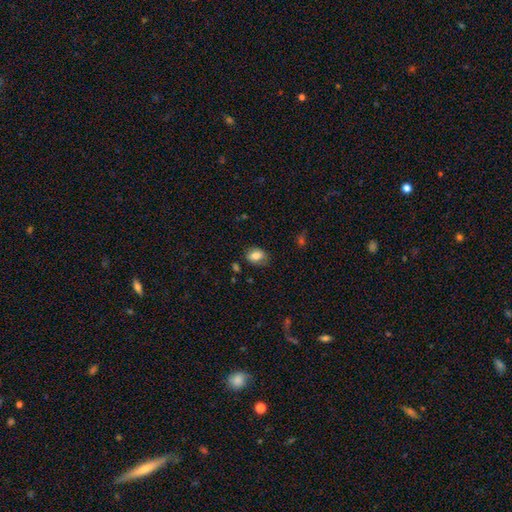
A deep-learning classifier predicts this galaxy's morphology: This is likely a smooth galaxy (80%). How rounded: likely in between (74%). Merging: likely none (72%).